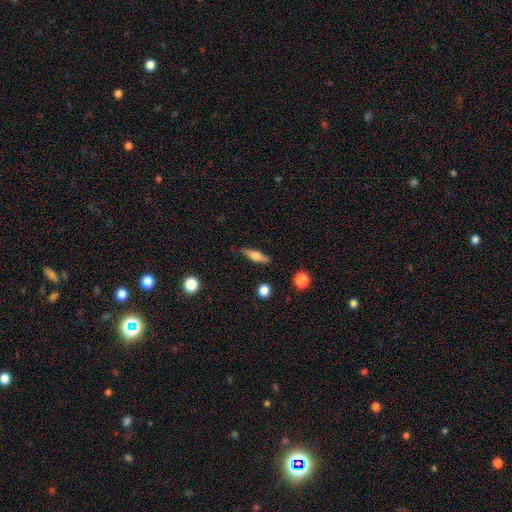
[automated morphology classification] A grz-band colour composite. It shows a smooth galaxy with no disk features (57%) that is cigar-shaped (63%). Merging: none (82%).